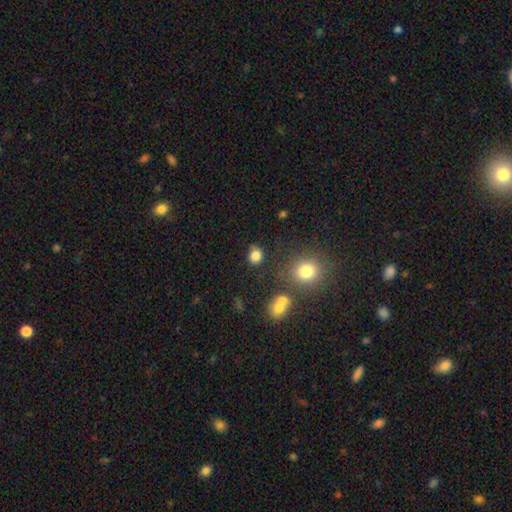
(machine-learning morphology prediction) smooth-or-featured: smooth: 82% | star or artifact: 12% | featured or disk: 5%
  how-rounded: round: 69% | in between: 30% | cigar-shaped: 1%
  merging: none: 73% | minor disturbance: 15% | merger: 6% | major disturbance: 5%